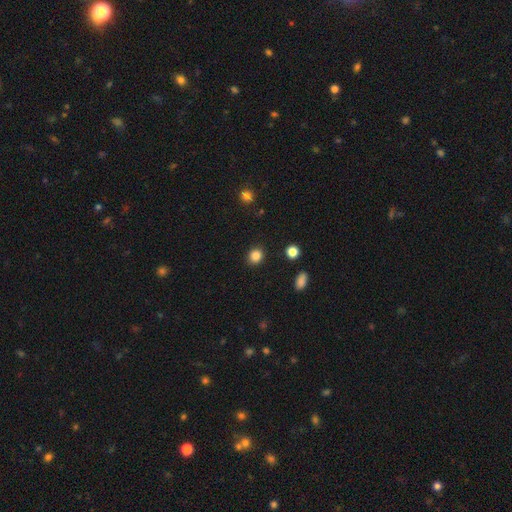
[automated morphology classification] smooth-or-featured: smooth: 85% | star or artifact: 11% | featured or disk: 4%
  how-rounded: round: 75% | in between: 24% | cigar-shaped: 1%
  merging: none: 90% | minor disturbance: 7% | major disturbance: 2% | merger: 1%